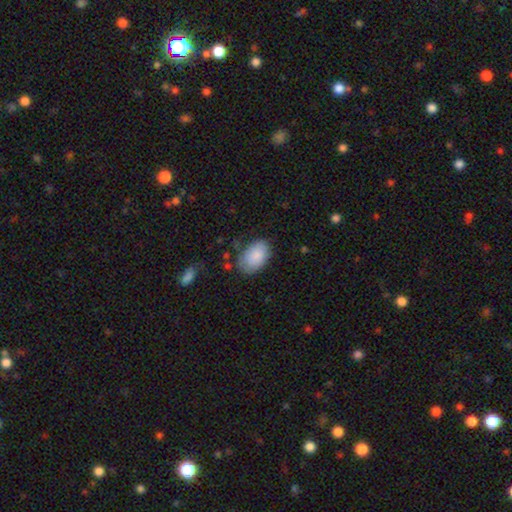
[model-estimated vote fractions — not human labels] A smooth galaxy with no disk features (85%) that is in between round and cigar-shaped (90%).

Vote fractions:
- Smooth or featured? smooth: 85% / featured or disk: 9% / star or artifact: 6%
- How rounded? in between: 90% / round: 9% / cigar-shaped: 1%
- Merging? none: 70% / minor disturbance: 21% / major disturbance: 6% / merger: 3%